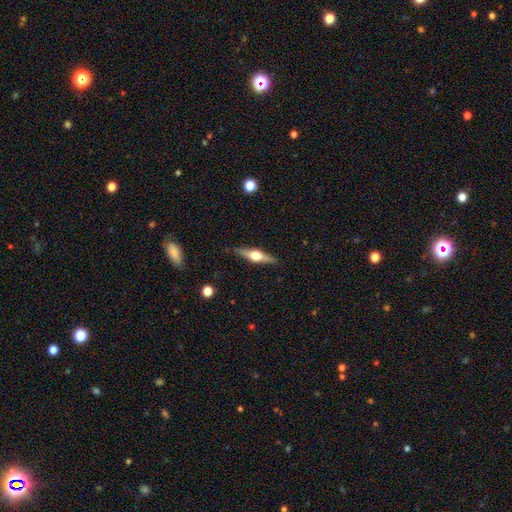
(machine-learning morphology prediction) A featured or disk galaxy (68%) viewed edge-on (96%) with a rounded central bulge (94%).

Vote fractions:
- Smooth or featured? featured or disk: 68% / smooth: 26% / star or artifact: 6%
- Edge-on disk? yes: 96% / no: 4%
- Edge-on bulge? rounded: 94% / boxy: 4% / none: 2%
- Merging? none: 88% / minor disturbance: 9% / major disturbance: 2% / merger: 1%